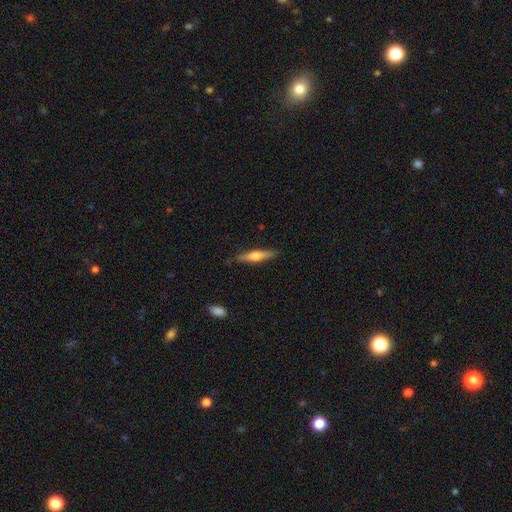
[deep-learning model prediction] The model was most divided on "smooth or featured": featured or disk: 49%, smooth: 45%, star or artifact: 6%. More confident: merging — none (86%).